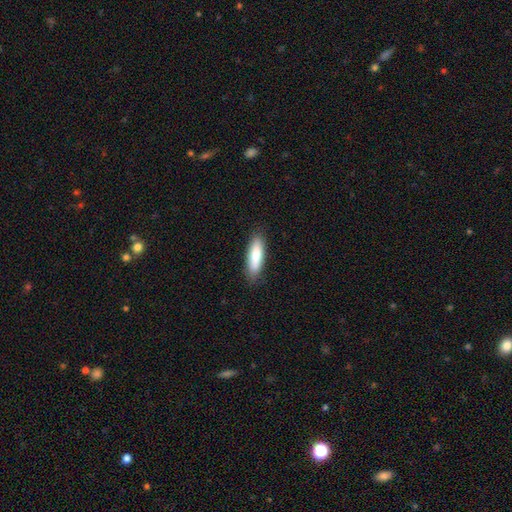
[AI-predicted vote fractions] smooth 81%, featured or disk 13%, star or artifact 5%. Down the decision tree: how rounded — cigar-shaped (57%); merging — none (87%).